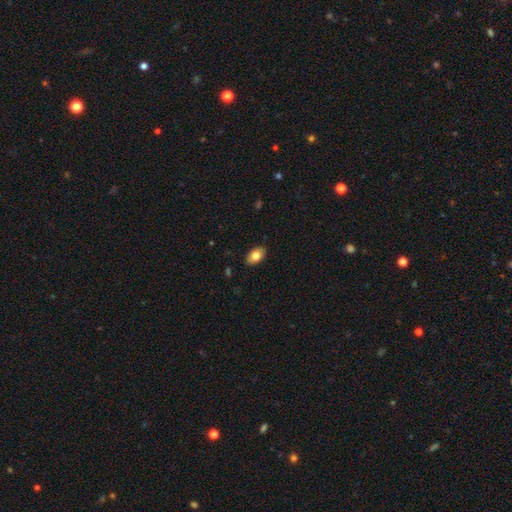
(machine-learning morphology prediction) smooth-or-featured: smooth: 80% | featured or disk: 12% | star or artifact: 7%
  how-rounded: in between: 90% | round: 8% | cigar-shaped: 2%
  merging: none: 88% | minor disturbance: 9% | major disturbance: 2% | merger: 1%